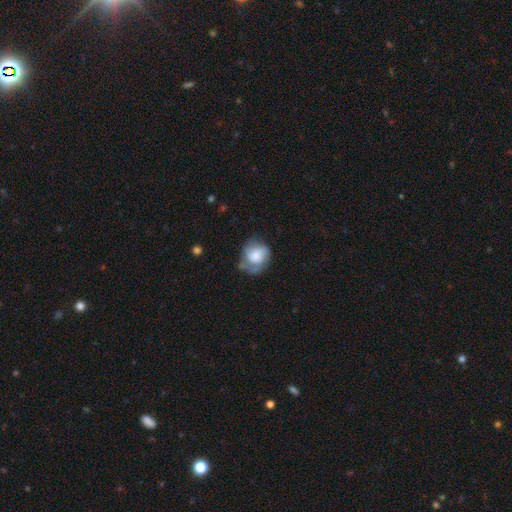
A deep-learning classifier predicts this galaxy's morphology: This appears to be a smooth galaxy with no disk features (52%) that is round (67%). Merging: none (48%).